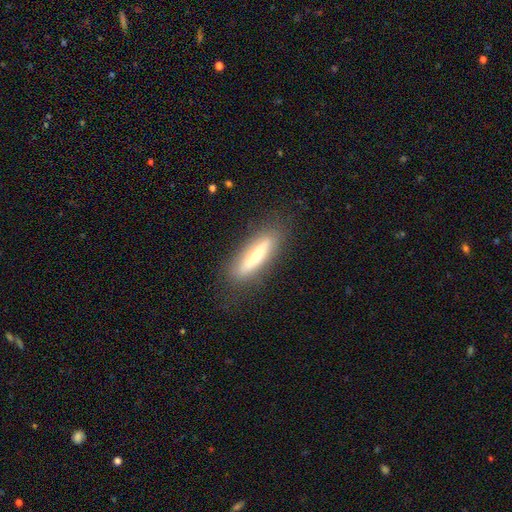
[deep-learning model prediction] A smooth galaxy with no disk features (53%) that is cigar-shaped (76%).

Vote fractions:
- Smooth or featured? smooth: 53% / featured or disk: 40% / star or artifact: 7%
- How rounded? cigar-shaped: 76% / in between: 22% / round: 2%
- Merging? none: 84% / minor disturbance: 11% / major disturbance: 4% / merger: 1%